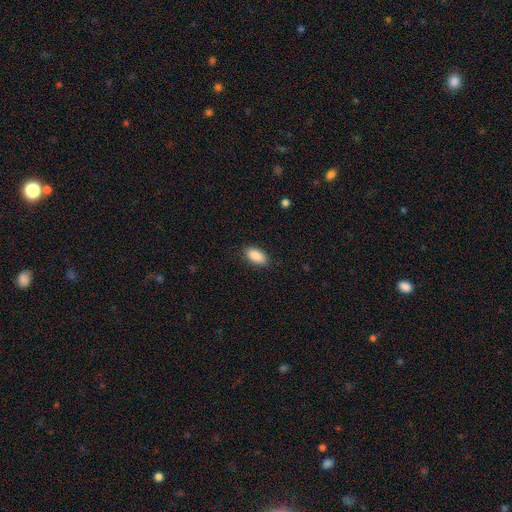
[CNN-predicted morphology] Overall: smooth (90%). How rounded: in between (93%). Merging: none (86%).